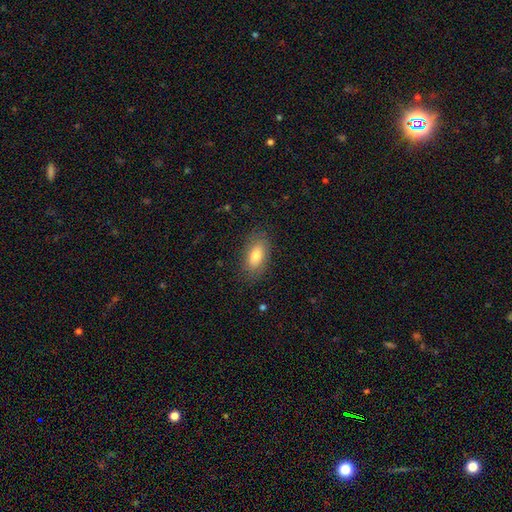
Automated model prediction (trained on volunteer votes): smooth-or-featured: smooth: 78% | featured or disk: 15% | star or artifact: 7%
  how-rounded: in between: 87% | cigar-shaped: 9% | round: 4%
  merging: none: 82% | minor disturbance: 13% | major disturbance: 4% | merger: 1%